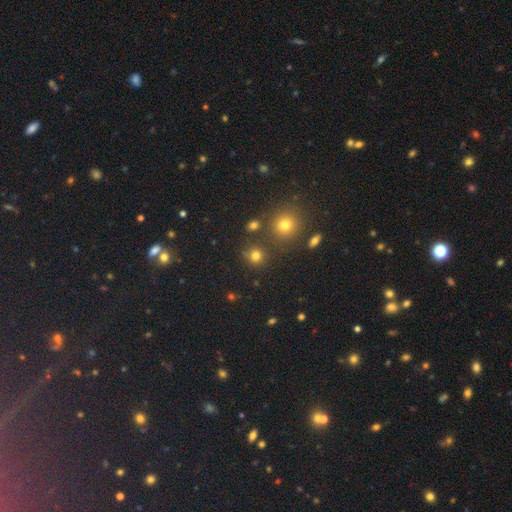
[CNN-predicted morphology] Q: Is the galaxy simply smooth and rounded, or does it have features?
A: smooth — 74%.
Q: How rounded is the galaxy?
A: round — 88%.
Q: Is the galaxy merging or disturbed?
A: none — 79%.